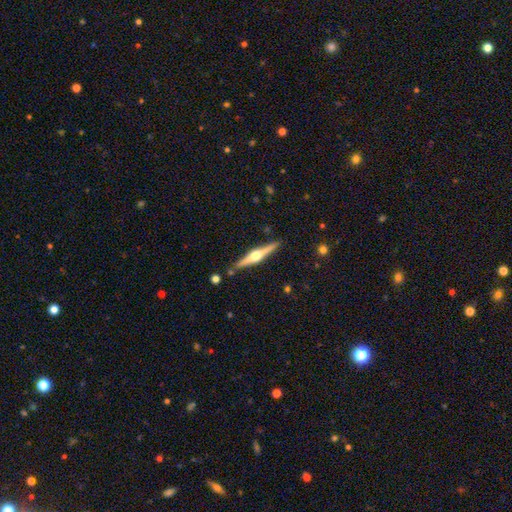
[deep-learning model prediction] smooth_or_featured: featured or disk (p=0.78) [alt: smooth p=0.17]
disk_edge_on: yes (p=0.98) [alt: no p=0.02]
edge_on_bulge: rounded (p=0.95) [alt: boxy p=0.04]
merging: none (p=0.87) [alt: minor disturbance p=0.08]